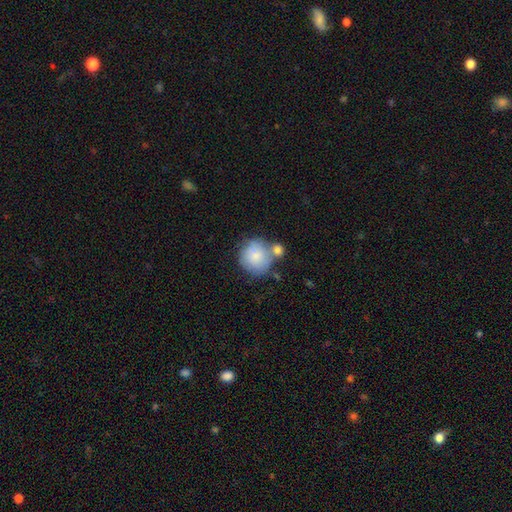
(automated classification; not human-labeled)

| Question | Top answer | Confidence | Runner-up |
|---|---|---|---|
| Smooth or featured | smooth | 80% | featured or disk (13%) |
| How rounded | round | 88% | in between (11%) |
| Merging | none | 46% | merger (31%) |